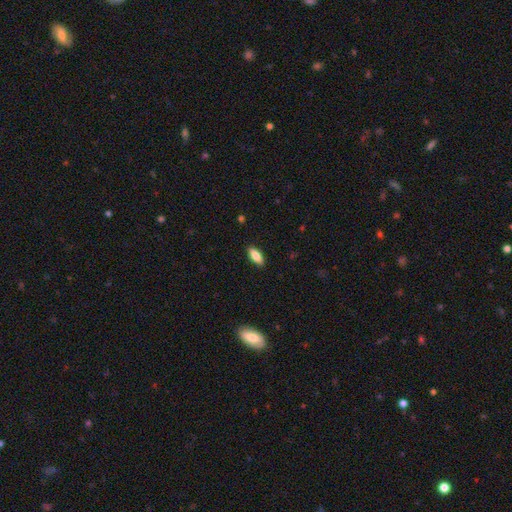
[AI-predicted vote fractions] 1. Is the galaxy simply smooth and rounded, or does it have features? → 80% smooth, 13% featured or disk, 7% star or artifact.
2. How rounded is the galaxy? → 75% in between, 23% cigar-shaped, 2% round.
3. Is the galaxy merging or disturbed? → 89% none, 8% minor disturbance, 2% major disturbance, 1% merger.